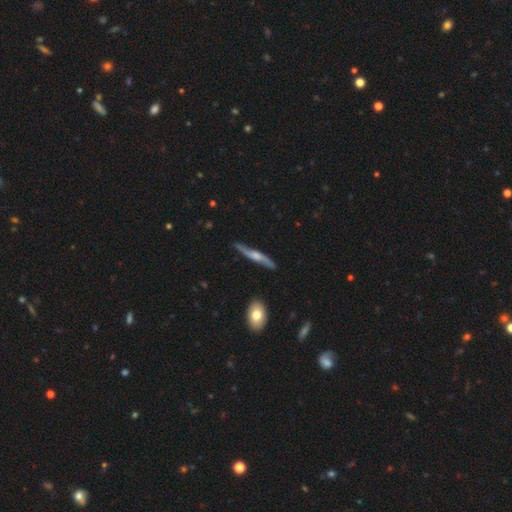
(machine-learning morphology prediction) This is likely a featured or disk galaxy (71%). It is likely viewed edge-on (65%). Merging: clearly none (80%).